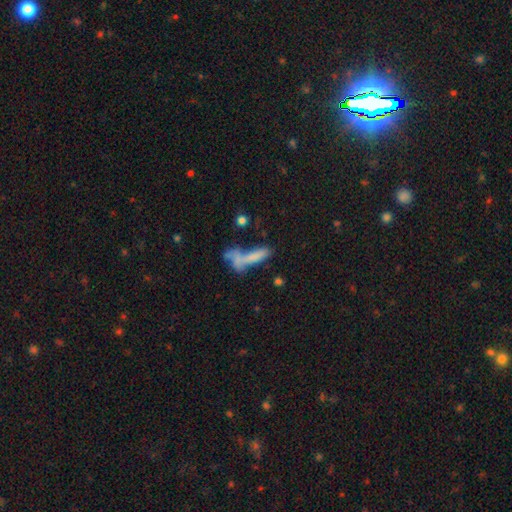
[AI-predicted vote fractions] smooth_or_featured: smooth (p=0.70) [alt: featured or disk p=0.19]
how_rounded: cigar-shaped (p=0.69) [alt: in between p=0.28]
merging: none (p=0.38) [alt: merger p=0.37]